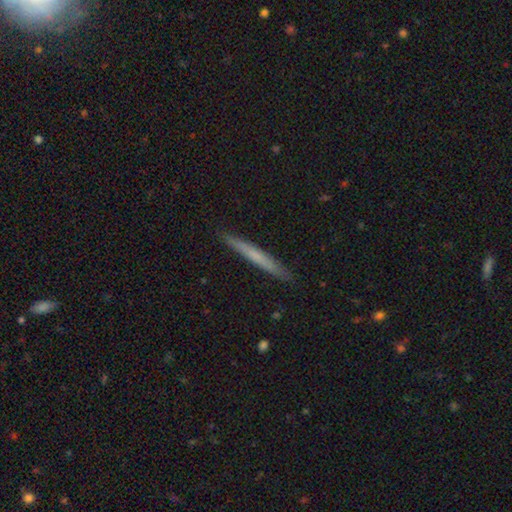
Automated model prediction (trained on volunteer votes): Smooth or featured?
  - smooth: 54% *
  - featured or disk: 41%
  - star or artifact: 6%
How rounded?
  - cigar-shaped: 97% *
  - in between: 2%
  - round: 1%
Merging?
  - none: 92% *
  - minor disturbance: 6%
  - major disturbance: 1%
  - merger: 1%